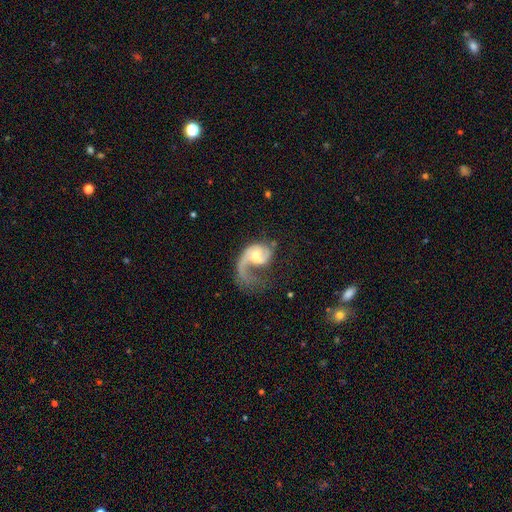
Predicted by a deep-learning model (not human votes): A featured or disk galaxy (83%) with no bar (57%), 1 (66%) loose (60%) spiral arms (94%) and a moderate central bulge (51%).

Vote fractions:
- Smooth or featured? featured or disk: 83% / smooth: 12% / star or artifact: 5%
- Edge-on disk? no: 98% / yes: 2%
- Bar? no: 57% / weak: 36% / strong: 7%
- Spiral arms? yes: 94% / no: 6%
- Spiral winding? loose: 60% / medium: 30% / tight: 10%
- Spiral arm count? 1: 66% / 2: 27% / can't tell: 3% / 3: 1% / 4: 1% / more than 4: 1%
- Bulge size? moderate: 51% / small: 37% / large: 6% / none: 4% / dominant: 2%
- Merging? major disturbance: 53% / none: 27% / minor disturbance: 14% / merger: 5%